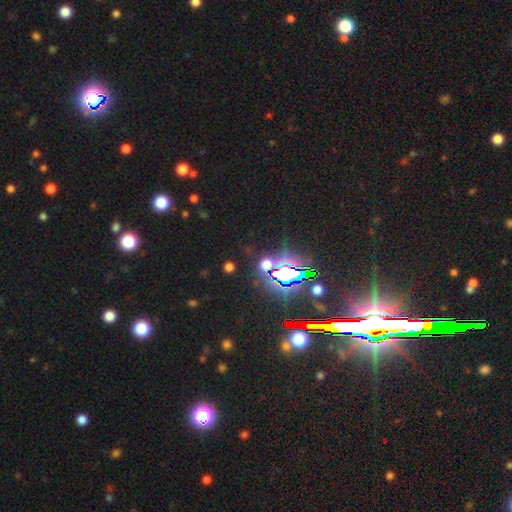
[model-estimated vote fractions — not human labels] smooth-or-featured: star or artifact: 84% | smooth: 9% | featured or disk: 8%